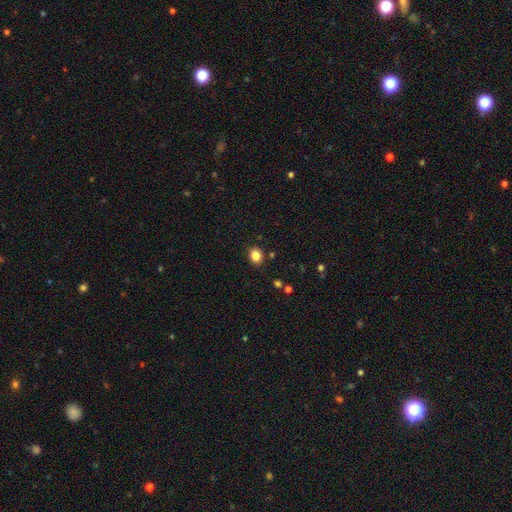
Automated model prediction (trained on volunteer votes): Q: Smooth or featured?
A: smooth (84%); runner-up: star or artifact (11%)
Q: How rounded?
A: round (64%); runner-up: in between (36%)
Q: Merging?
A: none (87%); runner-up: minor disturbance (9%)